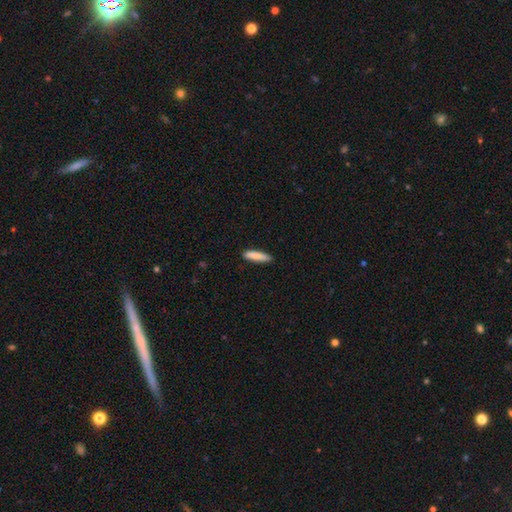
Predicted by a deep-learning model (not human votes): This appears to be a smooth galaxy with no disk features (86%) that is cigar-shaped (81%). Merging: none (86%).